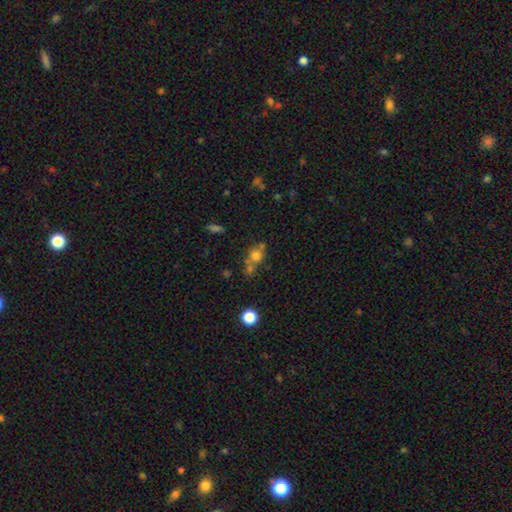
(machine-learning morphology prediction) Smooth or featured: smooth — 68% (star or artifact — 17%)
How rounded: round — 77% (in between — 22%)
Merging: none — 45% (merger — 39%)